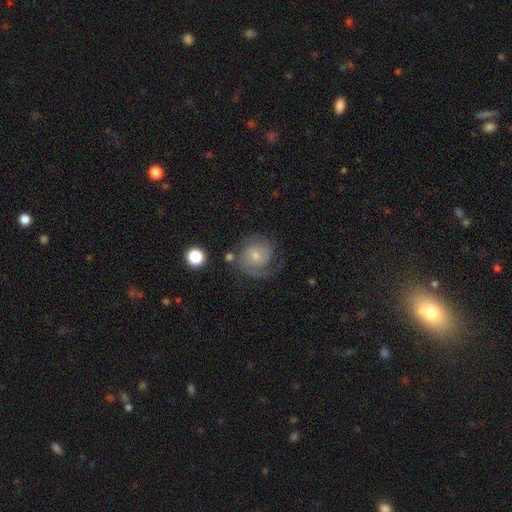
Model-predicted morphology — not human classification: Smooth or featured? Predicted: featured or disk (p=0.77). Edge-on disk? Predicted: no (p=0.98). Bar? Predicted: no (p=0.69). Spiral arms? Predicted: yes (p=0.95). Spiral winding? Predicted: tight (p=0.51). Spiral arm count? Predicted: 2 (p=0.63). Bulge size? Predicted: small (p=0.61). Merging? Predicted: none (p=0.67).